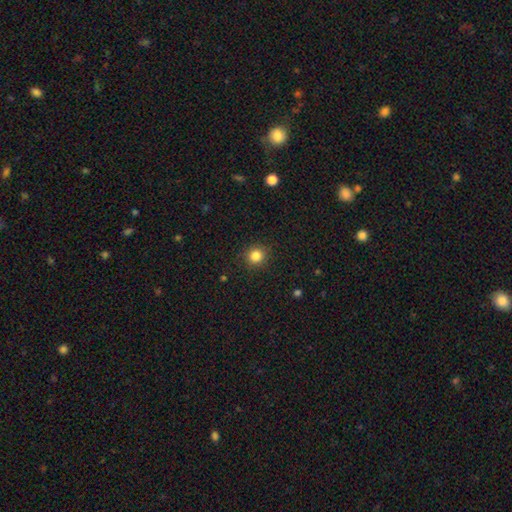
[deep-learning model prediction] smooth_or_featured: smooth (p=0.84) [alt: star or artifact p=0.12]
how_rounded: round (p=0.92) [alt: in between p=0.07]
merging: none (p=0.91) [alt: minor disturbance p=0.06]